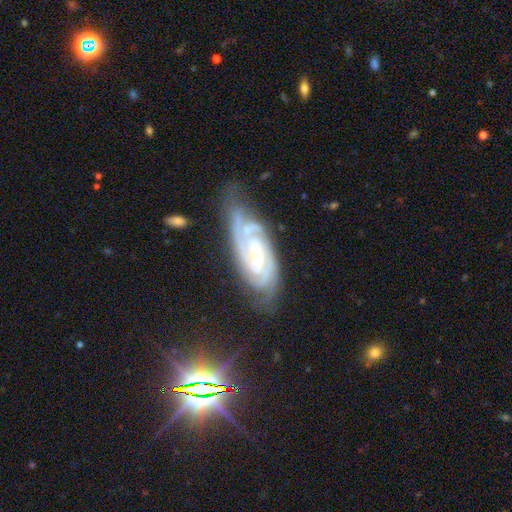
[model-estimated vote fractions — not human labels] smooth-or-featured: featured or disk: 89% | star or artifact: 6% | smooth: 5%
  disk-edge-on: no: 94% | yes: 6%
    bar: weak: 42% | no: 36% | strong: 23%
    has-spiral-arms: yes: 98% | no: 2%
      spiral-winding: tight: 75% | medium: 23% | loose: 3%
      spiral-arm-count: 2: 37% | 3: 29% | can't tell: 15% | 4: 10% | more than 4: 4% | 1: 4%
    bulge-size: small: 54% | moderate: 41% | none: 2% | large: 2% | dominant: 1%
  merging: none: 68% | minor disturbance: 22% | major disturbance: 7% | merger: 3%